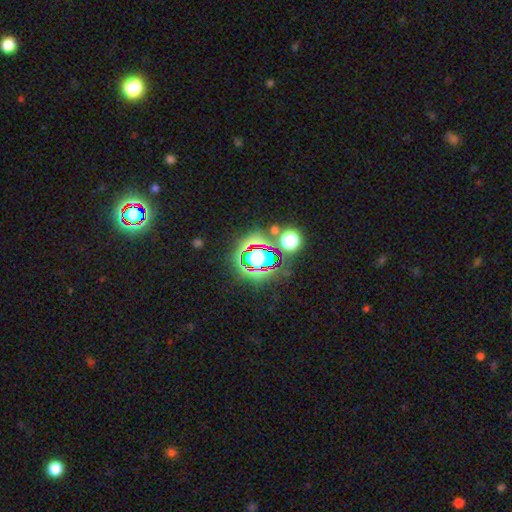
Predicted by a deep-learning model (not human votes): Q: Smooth or featured?
A: star or artifact (63%); runner-up: smooth (24%)